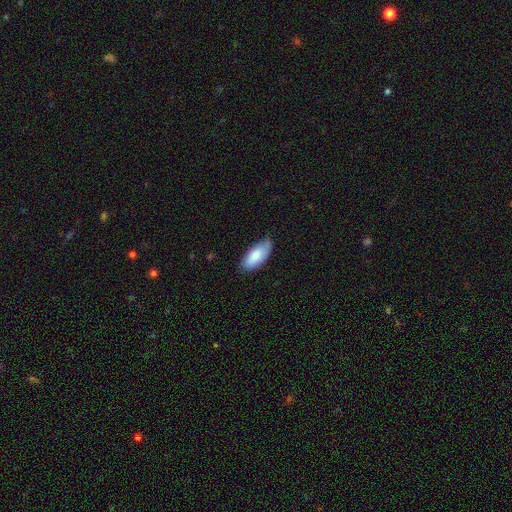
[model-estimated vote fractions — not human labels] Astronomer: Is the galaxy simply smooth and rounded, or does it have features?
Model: smooth — 80%.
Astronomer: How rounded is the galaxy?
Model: in between — 88%.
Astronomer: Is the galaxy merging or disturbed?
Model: none — 69%.